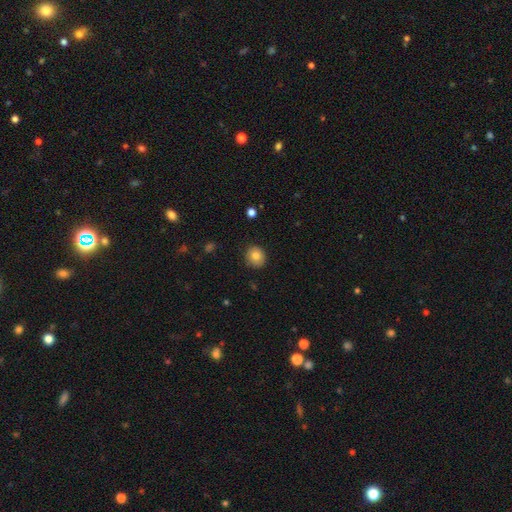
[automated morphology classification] smooth-or-featured: smooth: 81% | featured or disk: 9% | star or artifact: 9%
  how-rounded: round: 80% | in between: 19% | cigar-shaped: 1%
  merging: none: 87% | minor disturbance: 10% | major disturbance: 2% | merger: 1%